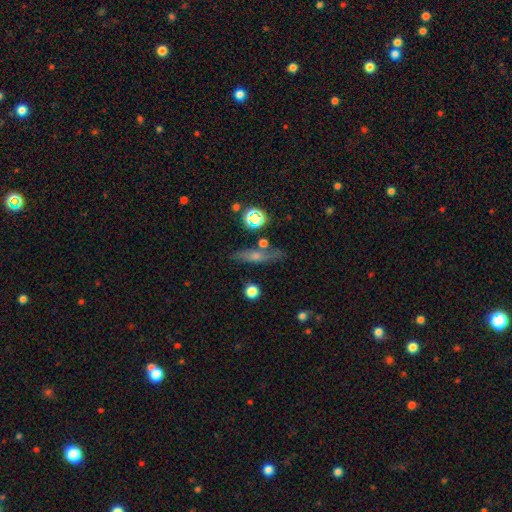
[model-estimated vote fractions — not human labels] The model was most divided on "smooth or featured": smooth: 43%, featured or disk: 42%, star or artifact: 16%. More confident: merging — none (77%).